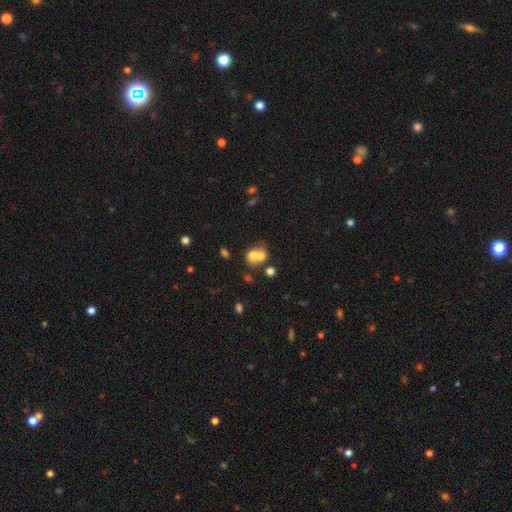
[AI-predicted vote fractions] Smooth or featured?
  - smooth: 66% *
  - featured or disk: 22%
  - star or artifact: 12%
How rounded?
  - round: 59% *
  - in between: 40%
  - cigar-shaped: 1%
Merging?
  - merger: 63% *
  - none: 25%
  - minor disturbance: 7%
  - major disturbance: 4%